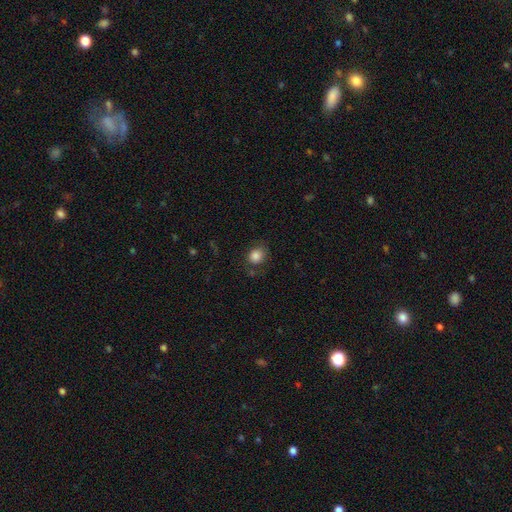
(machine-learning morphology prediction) Smooth or featured: smooth — 84% (star or artifact — 10%)
How rounded: round — 70% (in between — 29%)
Merging: none — 70% (minor disturbance — 20%)